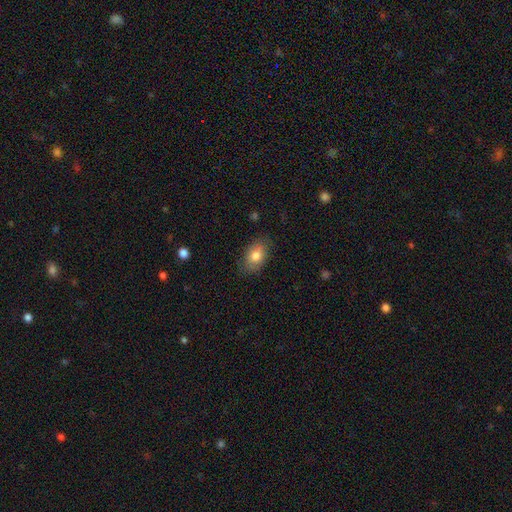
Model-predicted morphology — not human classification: Overall: smooth (79%). How rounded: in between (87%). Merging: none (82%).